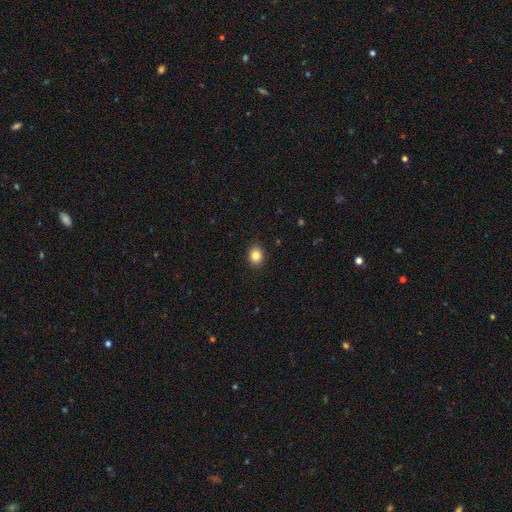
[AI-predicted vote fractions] smooth_or_featured: smooth (p=0.85) [alt: star or artifact p=0.10]
how_rounded: round (p=0.60) [alt: in between p=0.39]
merging: none (p=0.90) [alt: minor disturbance p=0.08]